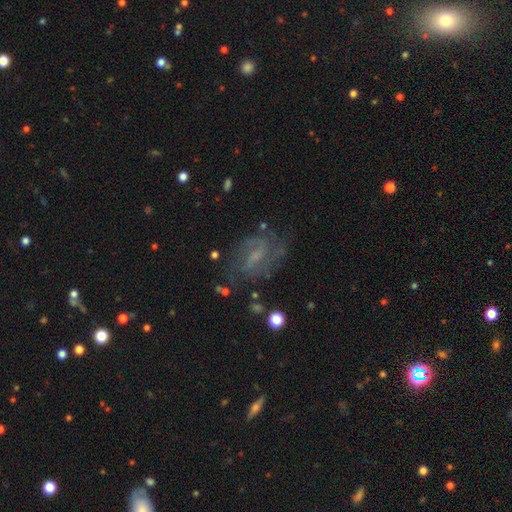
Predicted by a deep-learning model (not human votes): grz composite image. It shows a featured or disk galaxy (76%) with a weak bar (55%), 2 (58%) medium (49%) spiral arms (90%) and a small central bulge (47%). Merging: none (68%).